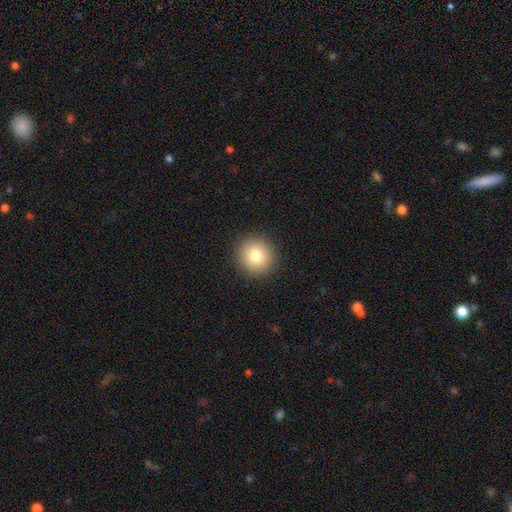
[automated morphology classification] This is clearly a smooth galaxy (80%). How rounded: clearly round (93%). Merging: clearly none (91%).